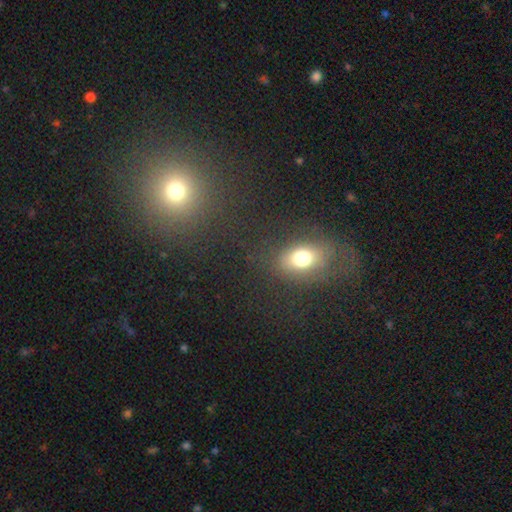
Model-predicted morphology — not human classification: A smooth galaxy with no disk features (44%). Merging: none (66%).